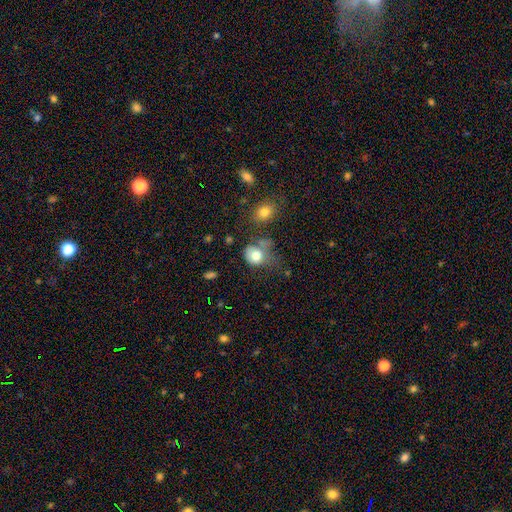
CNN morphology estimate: A smooth galaxy with no disk features (77%) that is round (63%). Merging: none (34%).